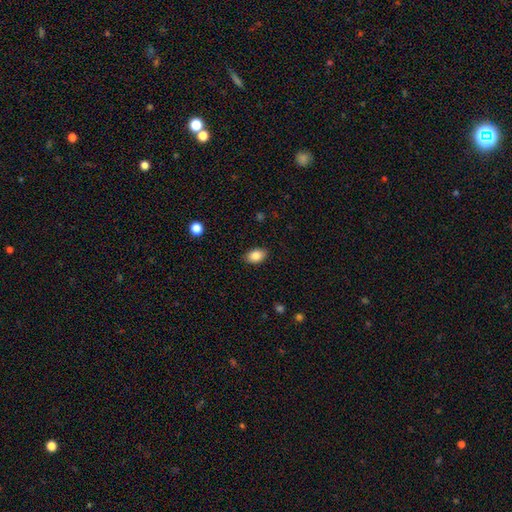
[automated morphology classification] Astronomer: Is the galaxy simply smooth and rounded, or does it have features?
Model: smooth — 86%.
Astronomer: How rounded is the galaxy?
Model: in between — 87%.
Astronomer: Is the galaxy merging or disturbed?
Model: none — 88%.